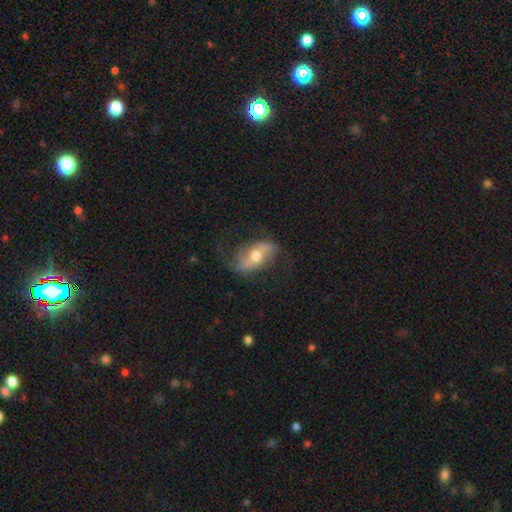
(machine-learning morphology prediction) Q: Smooth or featured?
A: featured or disk (70%); runner-up: smooth (23%)
Q: Edge-on disk?
A: no (91%); runner-up: yes (9%)
Q: Bar?
A: no (34%); tied with: weak (34%)
Q: Spiral arms?
A: yes (85%); runner-up: no (15%)
Q: Spiral winding?
A: loose (67%); runner-up: medium (25%)
Q: Spiral arm count?
A: 2 (88%); runner-up: can't tell (5%)
Q: Bulge size?
A: moderate (72%); runner-up: small (16%)
Q: Merging?
A: none (66%); runner-up: minor disturbance (20%)